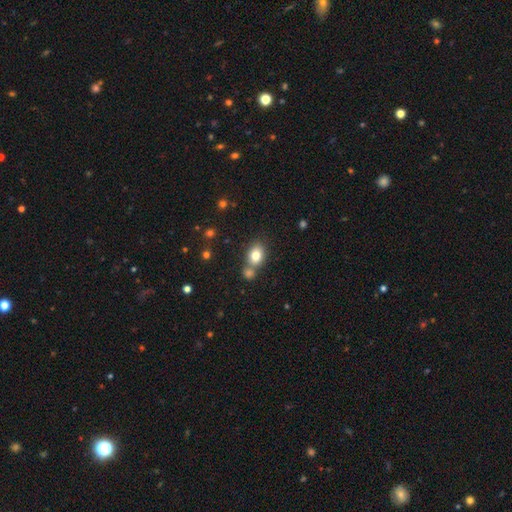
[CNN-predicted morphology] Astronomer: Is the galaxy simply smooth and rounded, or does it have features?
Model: smooth — 79%.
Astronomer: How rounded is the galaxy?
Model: in between — 65%.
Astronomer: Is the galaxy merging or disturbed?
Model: none — 57%.